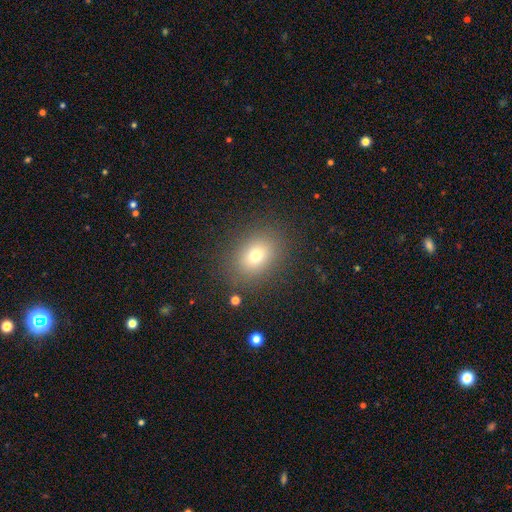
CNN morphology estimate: This appears to be a smooth galaxy with no disk features (72%) that is in between round and cigar-shaped (52%). Merging: none (86%).